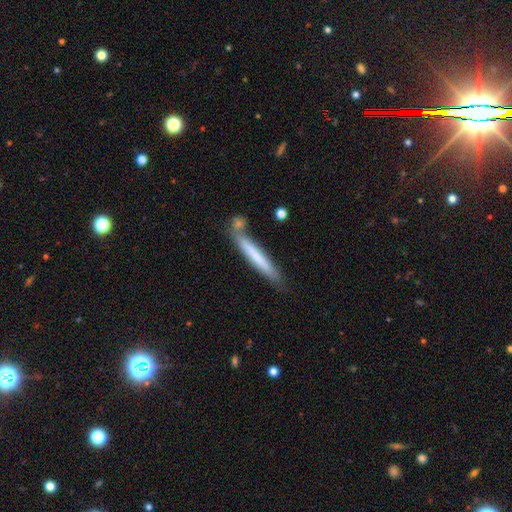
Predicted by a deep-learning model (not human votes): Smooth or featured?
  - smooth: 66% *
  - featured or disk: 28%
  - star or artifact: 6%
How rounded?
  - cigar-shaped: 95% *
  - in between: 4%
  - round: 1%
Merging?
  - none: 69% *
  - minor disturbance: 15%
  - merger: 13%
  - major disturbance: 4%